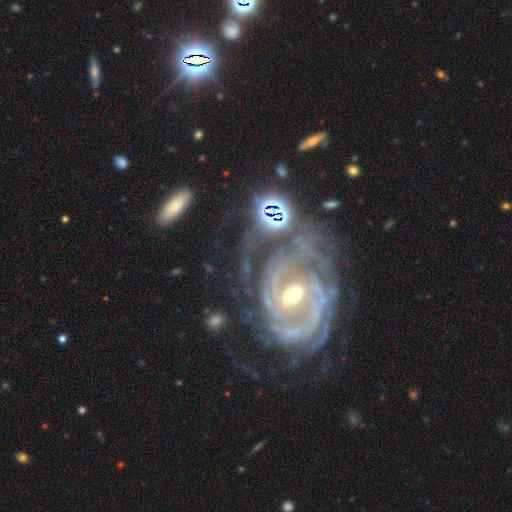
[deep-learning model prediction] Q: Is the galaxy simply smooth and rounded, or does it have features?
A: featured or disk — 88%.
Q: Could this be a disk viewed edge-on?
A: no — 97%.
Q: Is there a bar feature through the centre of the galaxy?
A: weak — 38%.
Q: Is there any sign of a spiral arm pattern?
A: yes — 94%.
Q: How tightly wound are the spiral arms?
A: tight — 67%.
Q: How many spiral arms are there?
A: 2 — 41%.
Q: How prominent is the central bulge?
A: moderate — 49%.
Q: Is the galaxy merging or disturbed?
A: none — 47%.